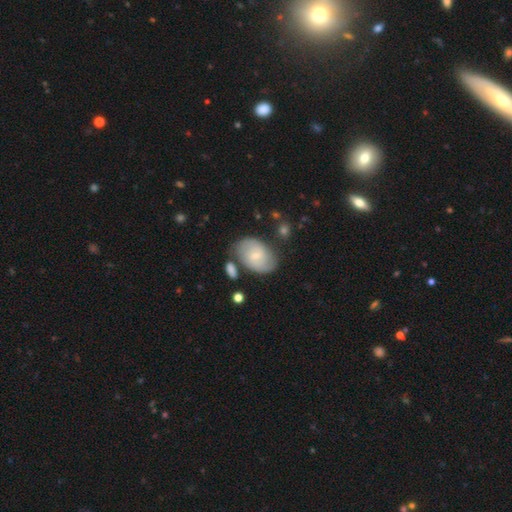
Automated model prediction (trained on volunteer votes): Smooth or featured: featured or disk — 55% (smooth — 38%)
Edge-on disk: no — 96% (yes — 4%)
Bar: weak — 46% (no — 45%)
Spiral arms: yes — 82% (no — 18%)
Bulge size: small — 69% (moderate — 25%)
Merging: none — 68% (minor disturbance — 18%)